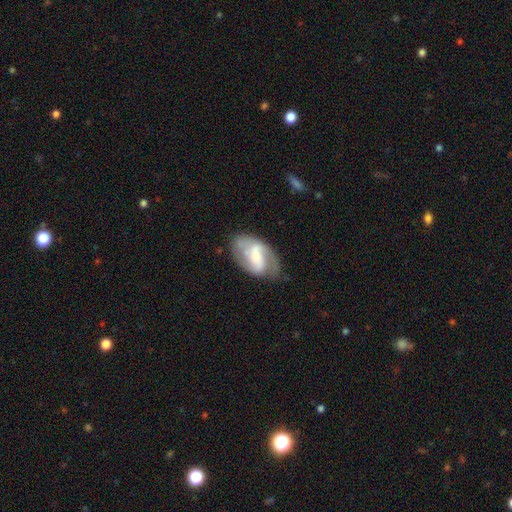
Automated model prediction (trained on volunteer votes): A featured or disk galaxy (69%) with a weak bar (43%), 2 (73%) medium (44%) spiral arms (85%) and a small central bulge (41%).

Vote fractions:
- Smooth or featured? featured or disk: 69% / smooth: 25% / star or artifact: 6%
- Edge-on disk? no: 97% / yes: 3%
- Bar? weak: 43% / strong: 35% / no: 22%
- Spiral arms? yes: 85% / no: 15%
- Spiral winding? medium: 44% / loose: 33% / tight: 23%
- Spiral arm count? 2: 73% / can't tell: 12% / 1: 9% / 3: 3% / 4: 1% / more than 4: 1%
- Bulge size? small: 41% / moderate: 37% / large: 11% / none: 9% / dominant: 2%
- Merging? none: 57% / minor disturbance: 26% / major disturbance: 15% / merger: 2%